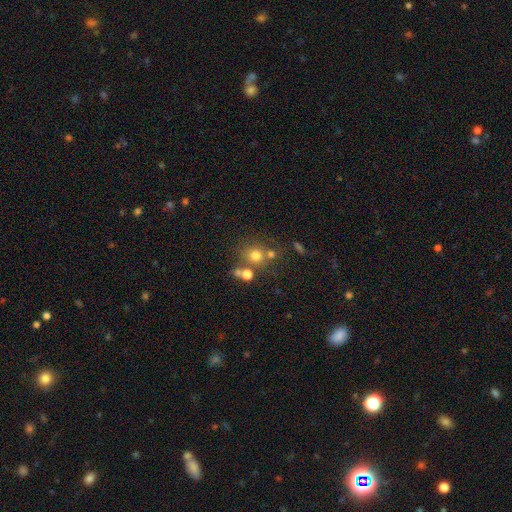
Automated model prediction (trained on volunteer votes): This appears to be a smooth galaxy with no disk features (70%) that is round (85%). Merging: none (61%).